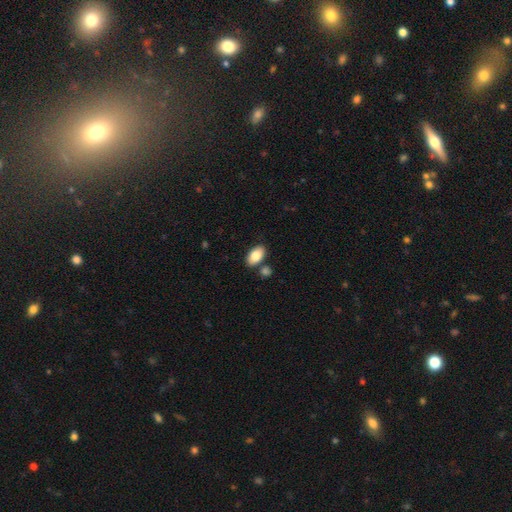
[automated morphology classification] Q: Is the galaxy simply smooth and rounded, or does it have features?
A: smooth — 85%.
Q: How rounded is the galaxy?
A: in between — 93%.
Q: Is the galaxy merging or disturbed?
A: none — 77%.